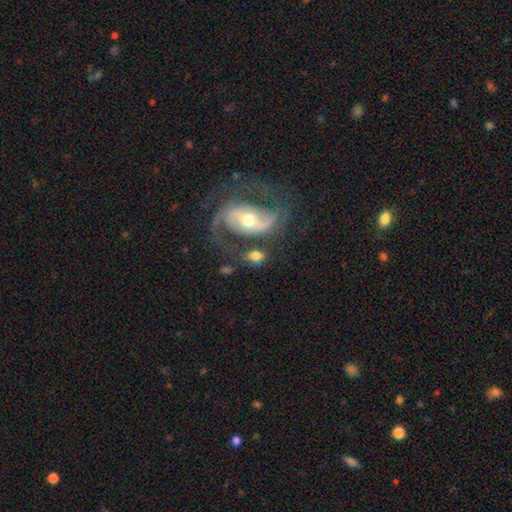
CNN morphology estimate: Smooth or featured? Predicted: featured or disk (p=0.50). Edge-on disk? Predicted: no (p=0.92). Merging? Predicted: none (p=0.55).